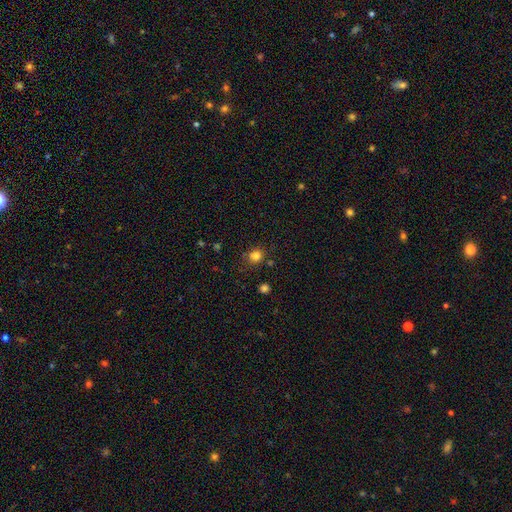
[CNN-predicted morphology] smooth 81%, star or artifact 14%, featured or disk 5%. Down the decision tree: how rounded — round (79%); merging — none (78%).